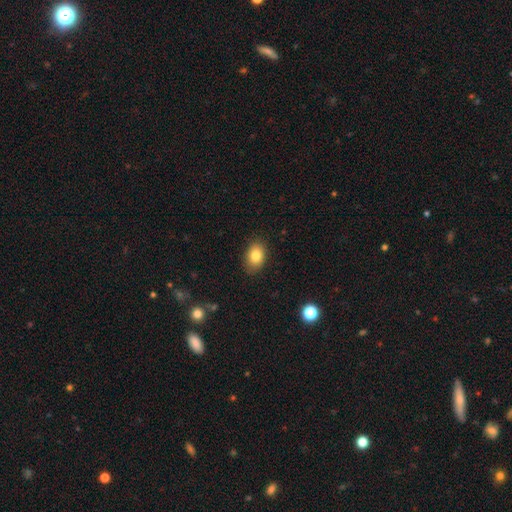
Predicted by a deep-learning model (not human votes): A smooth galaxy with no disk features (82%) that is in between round and cigar-shaped (80%). Merging: none (86%).